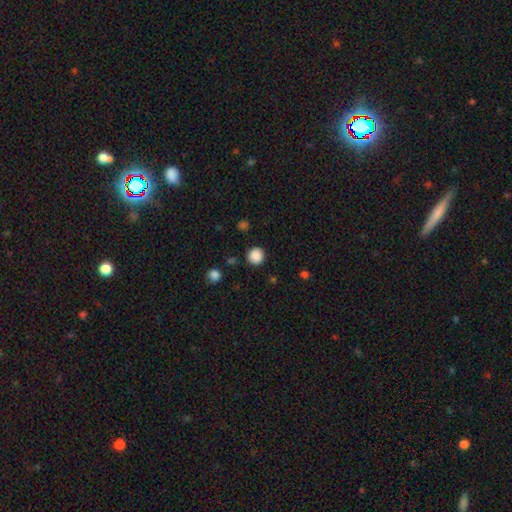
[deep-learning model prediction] Smooth or featured: smooth — 87% (star or artifact — 10%)
How rounded: round — 93% (in between — 6%)
Merging: none — 89% (minor disturbance — 7%)